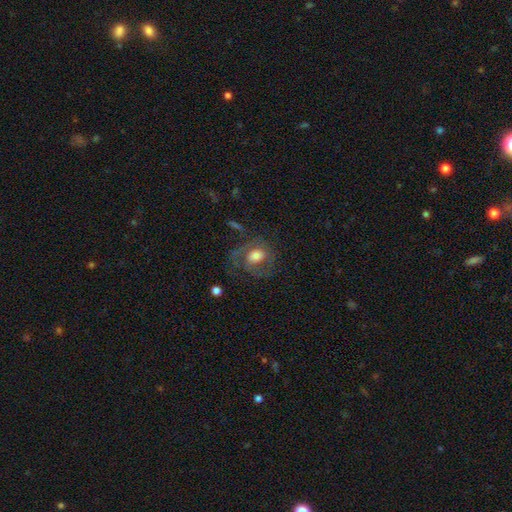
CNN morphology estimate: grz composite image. It shows a featured or disk galaxy (51%). Merging: none (50%).